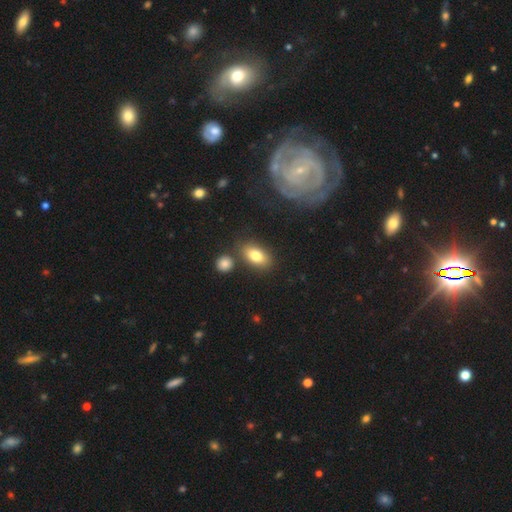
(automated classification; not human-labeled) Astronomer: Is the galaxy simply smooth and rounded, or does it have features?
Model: smooth — 80%.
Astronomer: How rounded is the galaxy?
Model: in between — 88%.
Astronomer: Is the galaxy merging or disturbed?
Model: none — 75%.